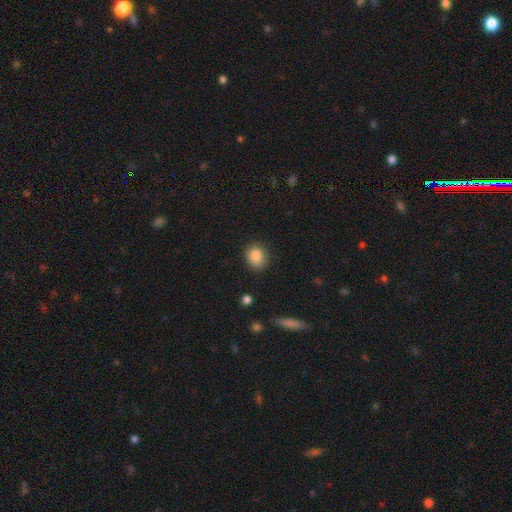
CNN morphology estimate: smooth 86%, star or artifact 9%, featured or disk 5%. Down the decision tree: how rounded — round (56%); merging — none (82%).